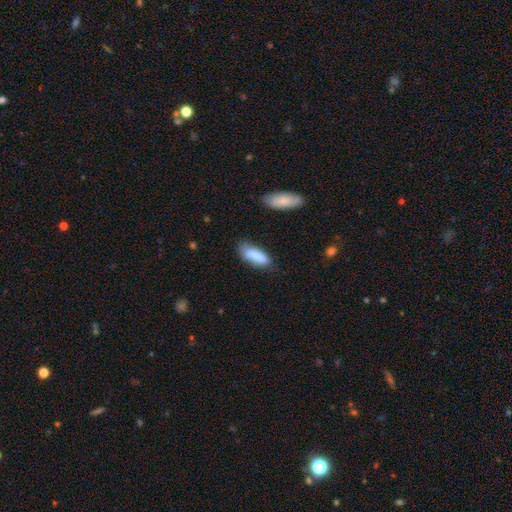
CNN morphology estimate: Smooth or featured: smooth — 83% (featured or disk — 10%)
How rounded: in between — 66% (cigar-shaped — 33%)
Merging: none — 67% (minor disturbance — 23%)